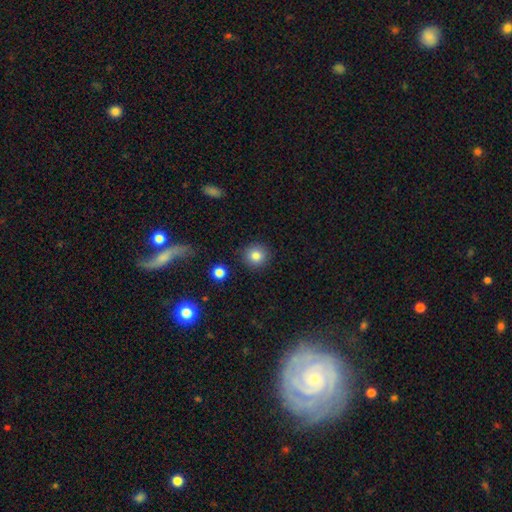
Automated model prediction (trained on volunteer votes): Smooth or featured? smooth (83%)
How rounded? round (92%)
Merging? none (89%)